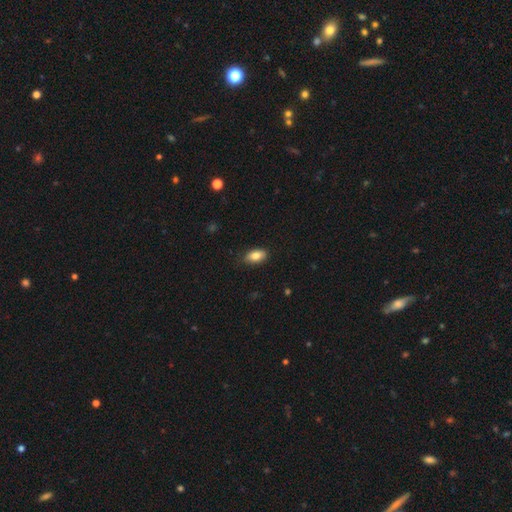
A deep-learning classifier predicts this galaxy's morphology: smooth-or-featured: smooth: 83% | featured or disk: 10% | star or artifact: 7%
  how-rounded: in between: 91% | round: 5% | cigar-shaped: 4%
  merging: none: 83% | minor disturbance: 14% | major disturbance: 2% | merger: 1%